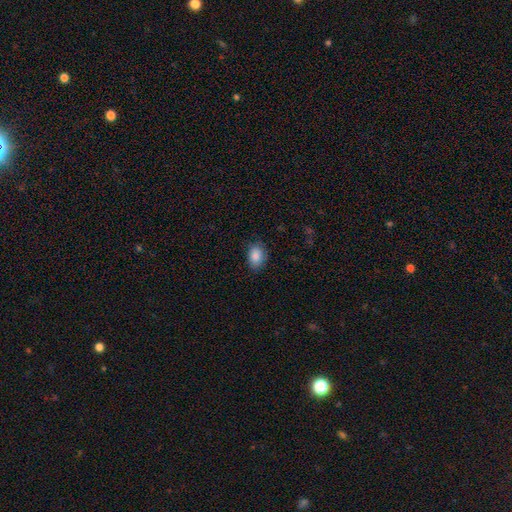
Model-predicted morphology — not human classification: Smooth or featured? smooth (87%)
How rounded? in between (82%)
Merging? none (78%)